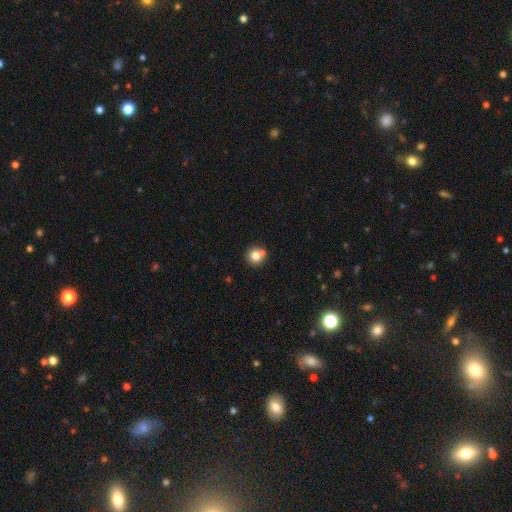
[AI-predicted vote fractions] A smooth galaxy with no disk features (79%) that is round (90%).

Vote fractions:
- Smooth or featured? smooth: 79% / star or artifact: 11% / featured or disk: 10%
- How rounded? round: 90% / in between: 9% / cigar-shaped: 1%
- Merging? none: 67% / merger: 18% / minor disturbance: 12% / major disturbance: 3%